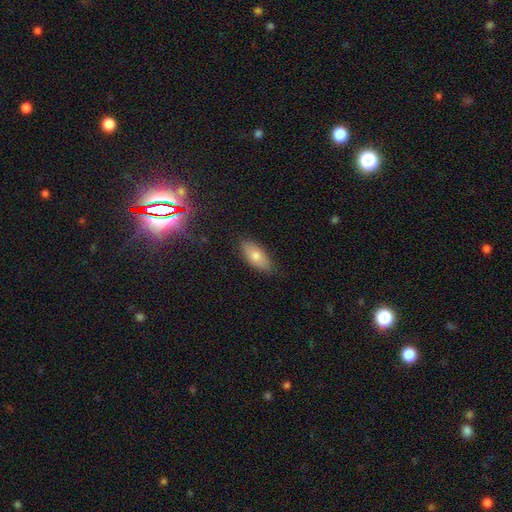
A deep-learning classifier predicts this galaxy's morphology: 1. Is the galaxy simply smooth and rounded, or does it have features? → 74% smooth, 19% featured or disk, 7% star or artifact.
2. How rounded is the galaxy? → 87% in between, 11% cigar-shaped, 3% round.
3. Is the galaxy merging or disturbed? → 84% none, 13% minor disturbance, 2% major disturbance, 1% merger.